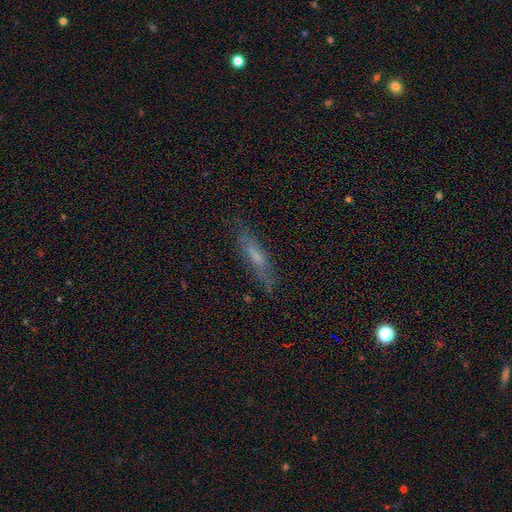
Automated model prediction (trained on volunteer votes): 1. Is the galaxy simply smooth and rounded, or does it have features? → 46% smooth, 41% featured or disk, 13% star or artifact.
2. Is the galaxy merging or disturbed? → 78% none, 15% minor disturbance, 5% major disturbance, 2% merger.